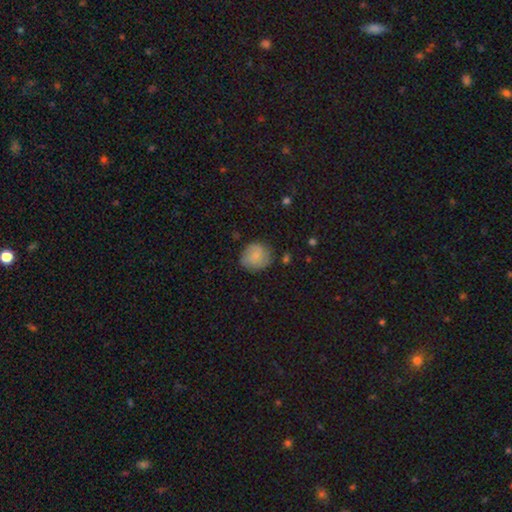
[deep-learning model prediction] Morphology: type=smooth (73%); roundness=round (86%); merging=none (76%).